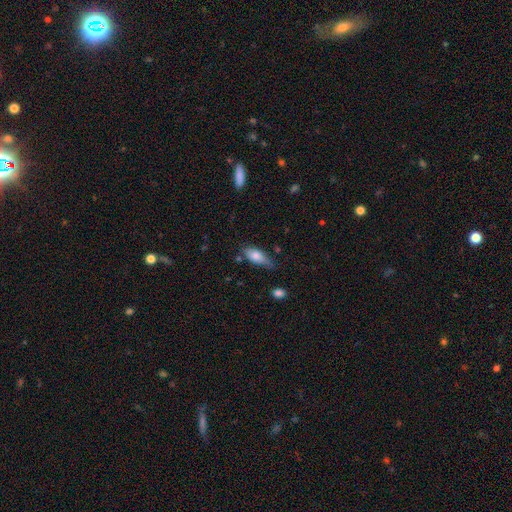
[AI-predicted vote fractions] Smooth or featured?
  - smooth: 78% *
  - featured or disk: 15%
  - star or artifact: 7%
How rounded?
  - in between: 80% *
  - cigar-shaped: 17%
  - round: 3%
Merging?
  - none: 56% *
  - minor disturbance: 33%
  - major disturbance: 7%
  - merger: 4%